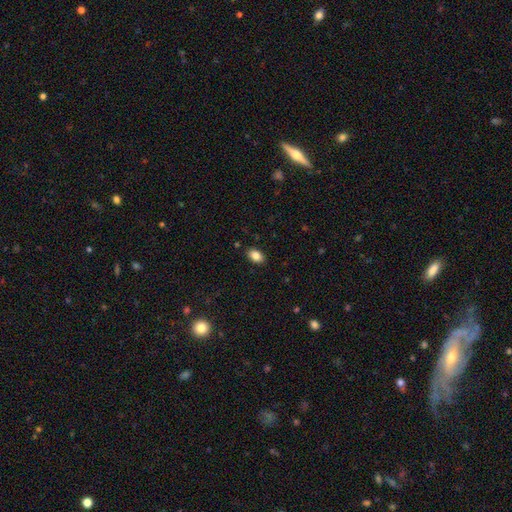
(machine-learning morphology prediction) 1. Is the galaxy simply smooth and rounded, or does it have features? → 86% smooth, 9% star or artifact, 6% featured or disk.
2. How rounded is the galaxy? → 87% in between, 12% round, 1% cigar-shaped.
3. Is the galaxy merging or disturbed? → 88% none, 9% minor disturbance, 2% major disturbance, 1% merger.